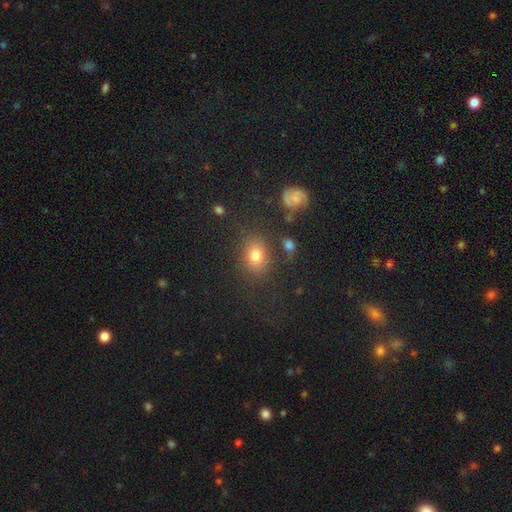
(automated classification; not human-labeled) This appears to be a smooth galaxy with no disk features (75%) that is in between round and cigar-shaped (52%). Merging: none (76%).